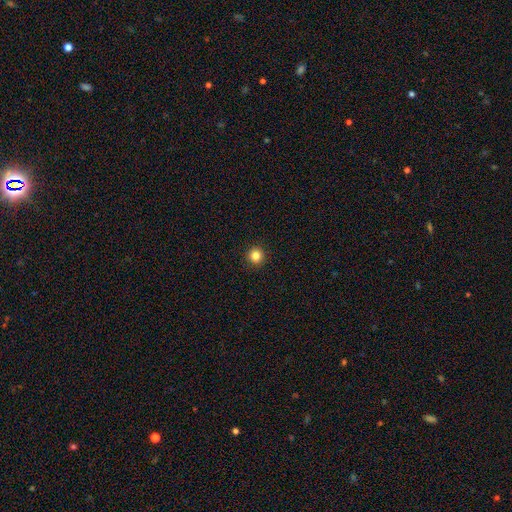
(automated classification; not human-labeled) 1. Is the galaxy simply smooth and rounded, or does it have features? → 83% smooth, 12% star or artifact, 5% featured or disk.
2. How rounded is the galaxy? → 96% round, 3% in between, 1% cigar-shaped.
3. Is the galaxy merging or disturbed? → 93% none, 4% minor disturbance, 2% major disturbance, 1% merger.